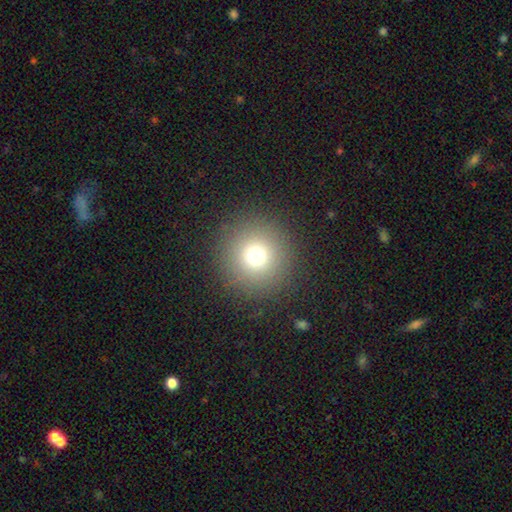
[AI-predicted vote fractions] smooth 72%, star or artifact 19%, featured or disk 9%. Down the decision tree: how rounded — round (96%); merging — none (90%).